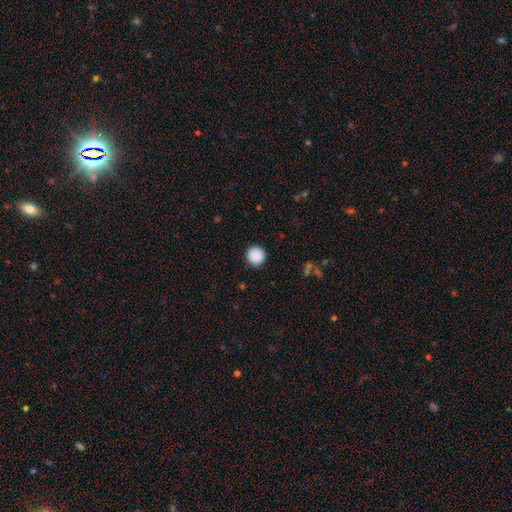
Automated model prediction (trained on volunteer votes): Smooth or featured?
  - smooth: 89% *
  - star or artifact: 8%
  - featured or disk: 2%
How rounded?
  - round: 94% *
  - in between: 5%
  - cigar-shaped: 1%
Merging?
  - none: 91% *
  - minor disturbance: 6%
  - major disturbance: 2%
  - merger: 1%